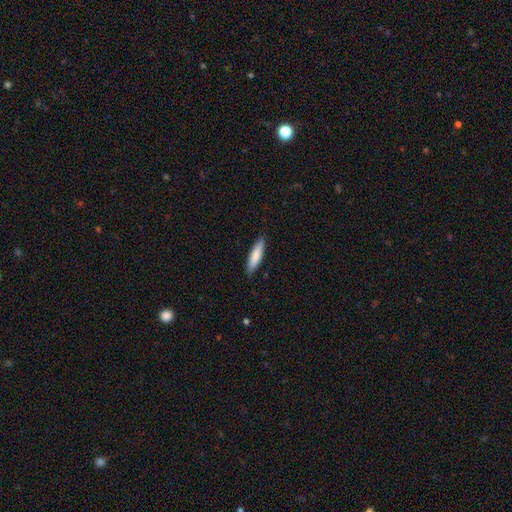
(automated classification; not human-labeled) Smooth or featured?
  - smooth: 81% *
  - featured or disk: 14%
  - star or artifact: 5%
How rounded?
  - cigar-shaped: 77% *
  - in between: 22%
  - round: 1%
Merging?
  - none: 89% *
  - minor disturbance: 8%
  - major disturbance: 2%
  - merger: 1%